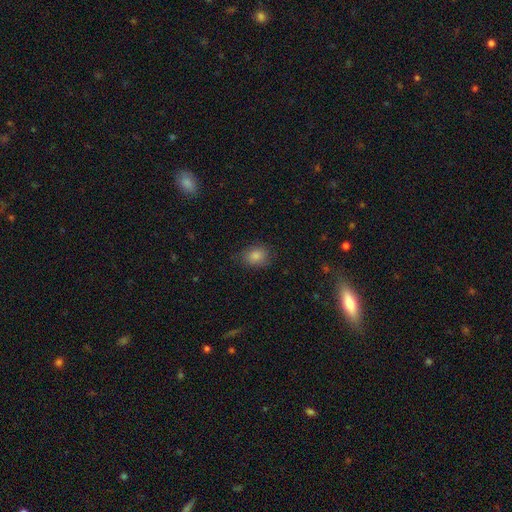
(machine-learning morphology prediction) A smooth galaxy with no disk features (78%) that is in between round and cigar-shaped (51%). Merging: none (78%).